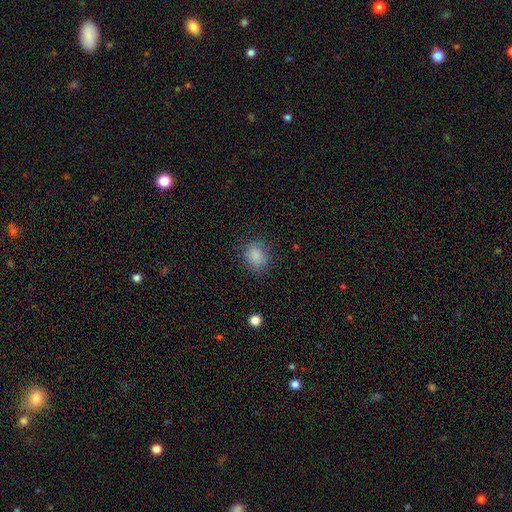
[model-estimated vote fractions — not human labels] Morphology: type=smooth (85%); roundness=round (75%); merging=none (83%).